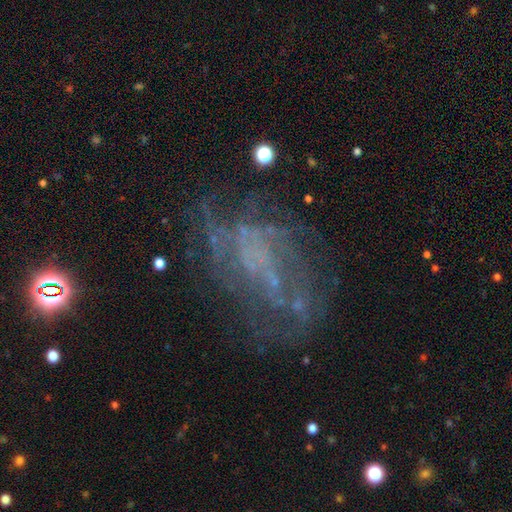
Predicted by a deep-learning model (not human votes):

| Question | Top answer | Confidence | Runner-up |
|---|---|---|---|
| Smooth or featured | featured or disk | 67% | star or artifact (18%) |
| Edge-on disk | no | 97% | yes (3%) |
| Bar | no | 76% | weak (17%) |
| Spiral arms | no | 53% | yes (47%) |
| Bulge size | none | 77% | small (13%) |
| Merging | none | 51% | major disturbance (27%) |